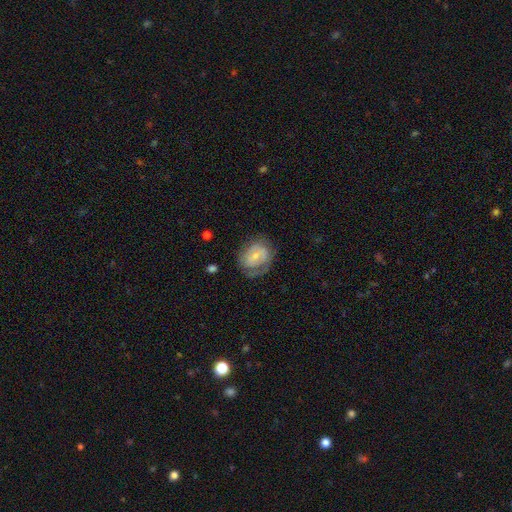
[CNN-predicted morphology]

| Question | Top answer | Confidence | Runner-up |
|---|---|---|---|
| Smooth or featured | featured or disk | 63% | smooth (30%) |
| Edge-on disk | no | 97% | yes (3%) |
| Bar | no | 50% | weak (39%) |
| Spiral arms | yes | 78% | no (22%) |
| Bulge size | small | 60% | moderate (33%) |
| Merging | none | 56% | minor disturbance (24%) |